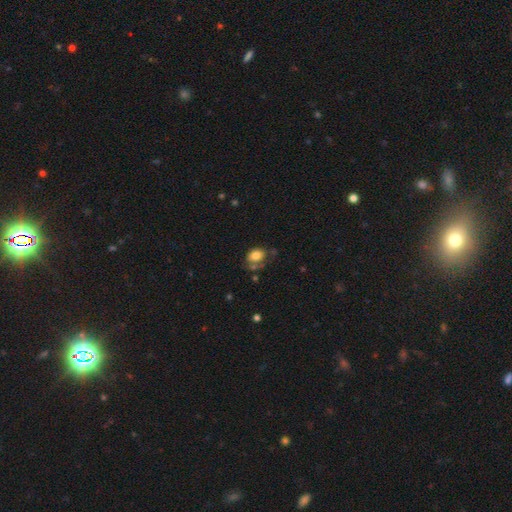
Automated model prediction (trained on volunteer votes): Smooth or featured? Predicted: smooth (p=0.77). How rounded? Predicted: in between (p=0.72). Merging? Predicted: none (p=0.49).